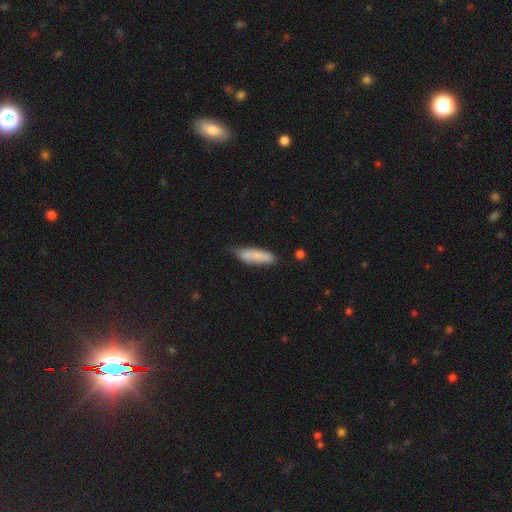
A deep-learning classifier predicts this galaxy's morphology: Q: Smooth or featured?
A: smooth (78%); runner-up: featured or disk (16%)
Q: How rounded?
A: cigar-shaped (59%); runner-up: in between (39%)
Q: Merging?
A: none (63%); runner-up: minor disturbance (27%)